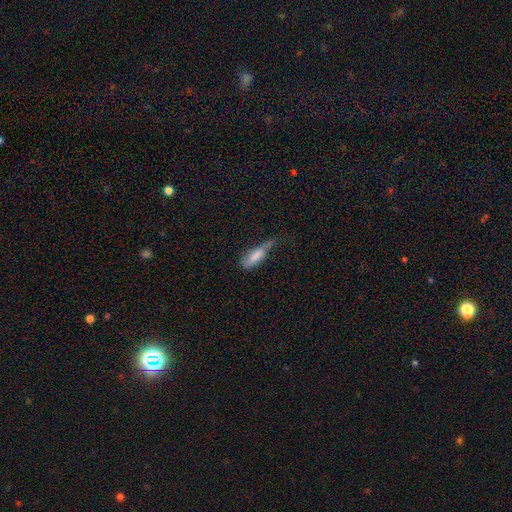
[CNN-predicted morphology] smooth_or_featured: smooth (p=0.73) [alt: featured or disk p=0.19]
how_rounded: in between (p=0.66) [alt: cigar-shaped p=0.32]
merging: minor disturbance (p=0.39) [alt: major disturbance p=0.30]